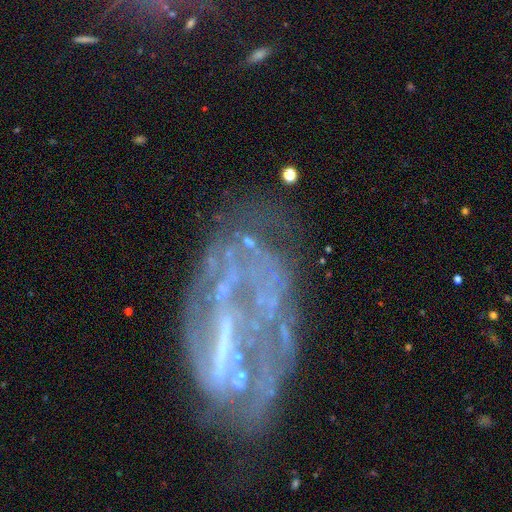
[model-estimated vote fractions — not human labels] Morphology: type=featured or disk (74%); edge-on=no (94%); bar=no (37%); spiral arms=no (58%); bulge=none (59%); merging=major disturbance (36%).